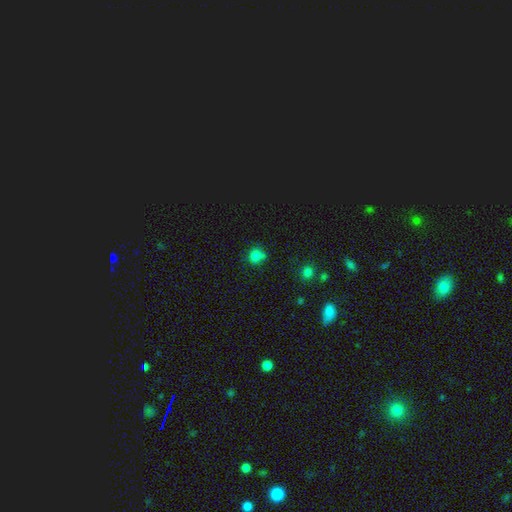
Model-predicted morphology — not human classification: A smooth galaxy with no disk features (78%) that is round (85%).

Vote fractions:
- Smooth or featured? smooth: 78% / star or artifact: 16% / featured or disk: 6%
- How rounded? round: 85% / in between: 14% / cigar-shaped: 1%
- Merging? none: 65% / minor disturbance: 18% / merger: 13% / major disturbance: 5%